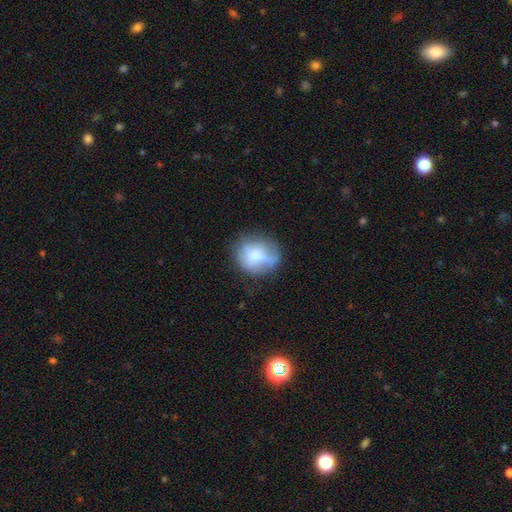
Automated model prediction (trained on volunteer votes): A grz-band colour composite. It shows a smooth galaxy with no disk features (65%) that is round (66%). Merging: none (55%).